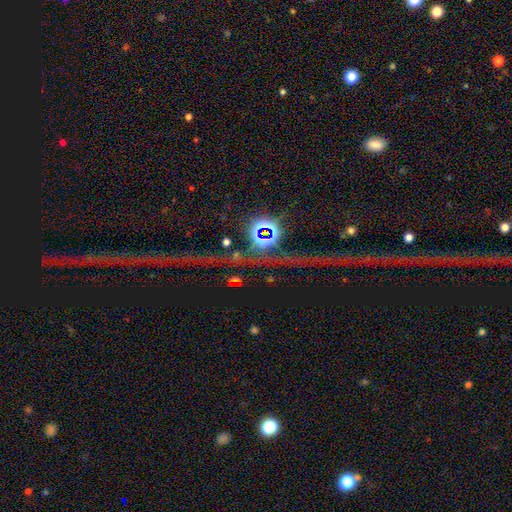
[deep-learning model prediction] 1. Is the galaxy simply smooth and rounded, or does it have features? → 86% star or artifact, 8% featured or disk, 6% smooth.